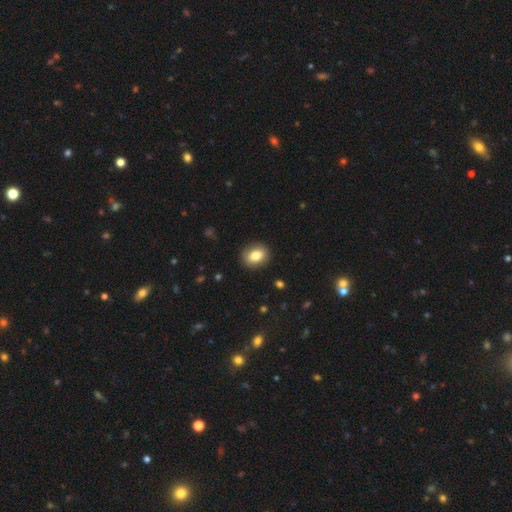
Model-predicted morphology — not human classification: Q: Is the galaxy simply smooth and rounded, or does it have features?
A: smooth — 81%.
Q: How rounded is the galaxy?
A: in between — 56%.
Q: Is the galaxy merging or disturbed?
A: none — 88%.